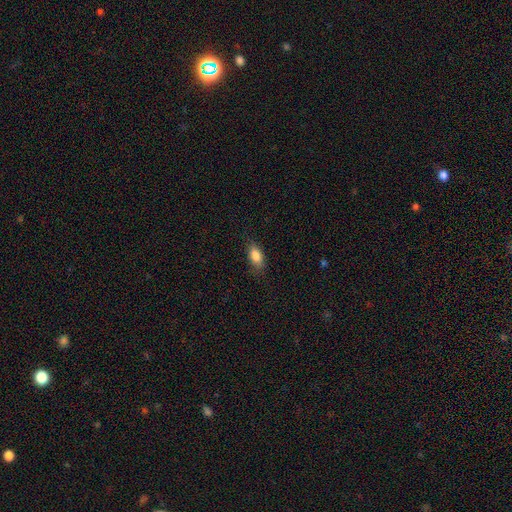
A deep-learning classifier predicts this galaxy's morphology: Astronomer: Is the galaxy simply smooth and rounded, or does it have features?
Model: smooth — 85%.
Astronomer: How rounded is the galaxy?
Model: in between — 87%.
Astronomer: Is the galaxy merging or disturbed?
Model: none — 81%.